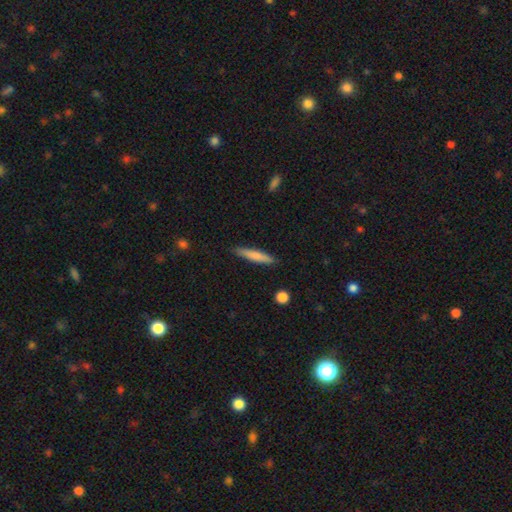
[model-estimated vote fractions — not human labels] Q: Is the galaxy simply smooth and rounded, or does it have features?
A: smooth — 74%.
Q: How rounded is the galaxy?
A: cigar-shaped — 90%.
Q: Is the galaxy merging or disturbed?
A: none — 87%.